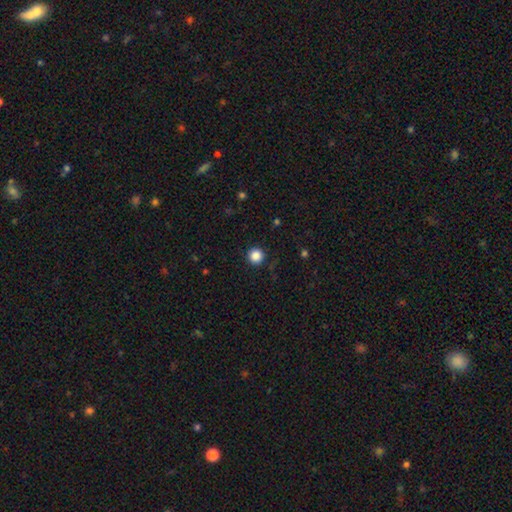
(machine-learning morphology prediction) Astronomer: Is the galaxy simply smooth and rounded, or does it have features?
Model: smooth — 86%.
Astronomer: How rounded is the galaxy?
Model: round — 96%.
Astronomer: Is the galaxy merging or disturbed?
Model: none — 91%.